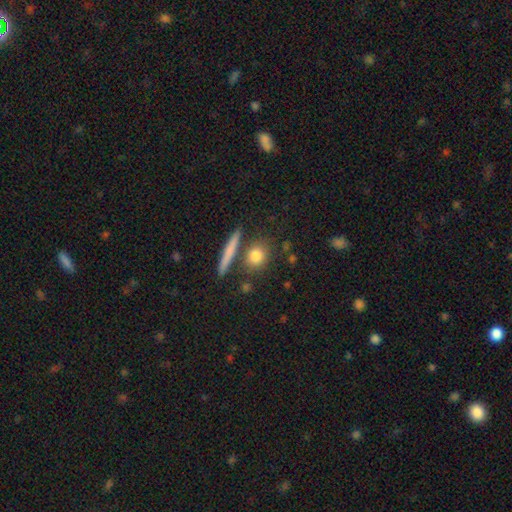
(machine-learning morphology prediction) smooth_or_featured: smooth (p=0.79) [alt: featured or disk p=0.12]
how_rounded: round (p=0.63) [alt: in between p=0.23]
merging: none (p=0.76) [alt: merger p=0.11]